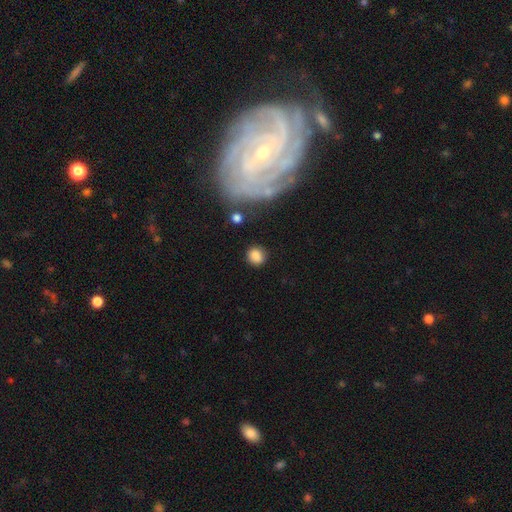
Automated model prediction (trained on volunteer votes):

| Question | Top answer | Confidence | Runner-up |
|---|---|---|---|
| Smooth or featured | smooth | 82% | star or artifact (10%) |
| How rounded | round | 80% | in between (18%) |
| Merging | none | 79% | minor disturbance (13%) |